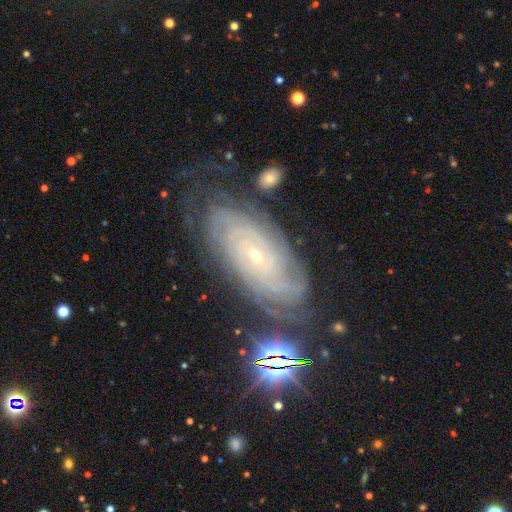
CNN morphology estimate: A featured or disk galaxy (85%) with no bar (68%), tight (84%) spiral arms (97%) and a small central bulge (79%). Merging: none (71%).